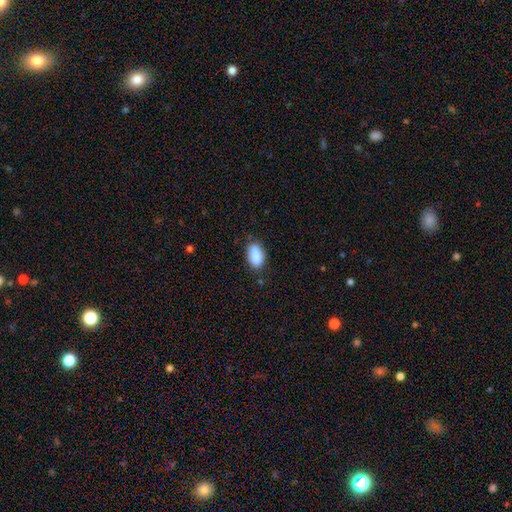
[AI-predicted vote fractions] A smooth galaxy with no disk features (88%) that is in between round and cigar-shaped (90%). Merging: none (78%).